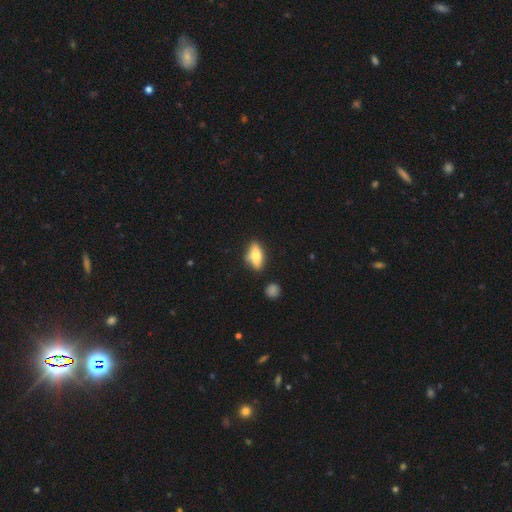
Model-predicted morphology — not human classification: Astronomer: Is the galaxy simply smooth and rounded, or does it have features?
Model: smooth — 66%.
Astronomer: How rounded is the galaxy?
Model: in between — 75%.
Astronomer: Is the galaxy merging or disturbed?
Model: none — 77%.